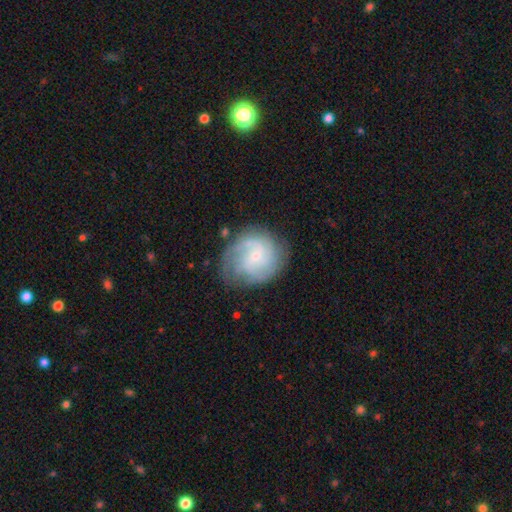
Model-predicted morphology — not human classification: This appears to be a featured or disk galaxy (76%) with no bar (52%), 2 (35%) tight (43%) spiral arms (93%) and a small central bulge (73%). Merging: none (70%).